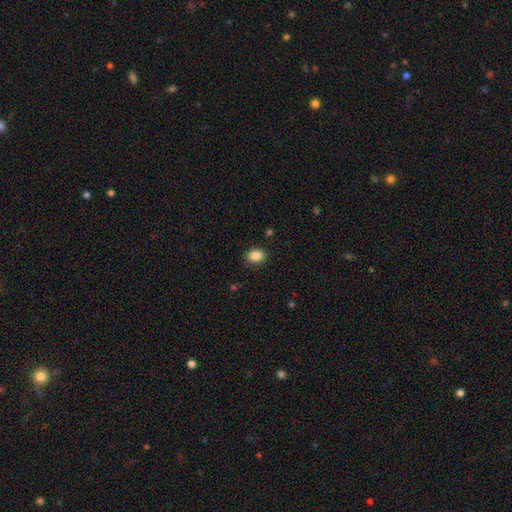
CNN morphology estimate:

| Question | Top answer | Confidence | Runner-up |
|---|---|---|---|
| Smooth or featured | smooth | 87% | star or artifact (9%) |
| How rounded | in between | 58% | round (41%) |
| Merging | none | 86% | minor disturbance (10%) |